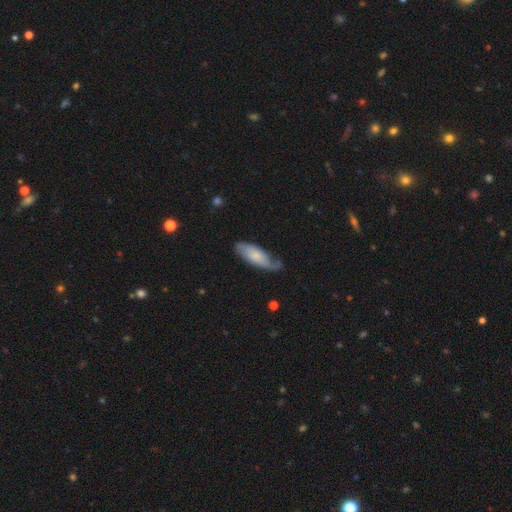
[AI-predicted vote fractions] Q: Smooth or featured?
A: smooth (56%); runner-up: featured or disk (38%)
Q: How rounded?
A: in between (66%); runner-up: cigar-shaped (32%)
Q: Merging?
A: none (55%); runner-up: minor disturbance (31%)